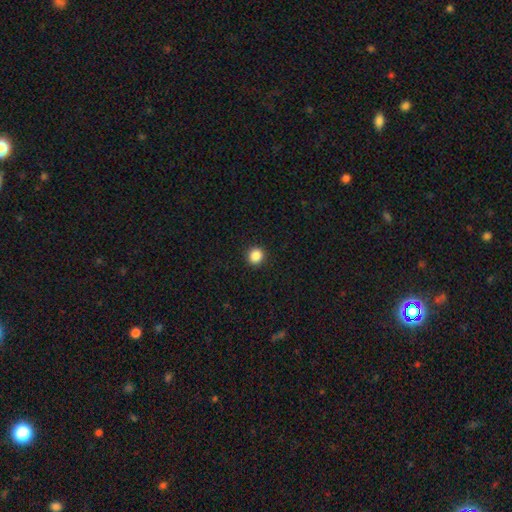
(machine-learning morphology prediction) Smooth or featured? smooth (87%)
How rounded? round (90%)
Merging? none (93%)